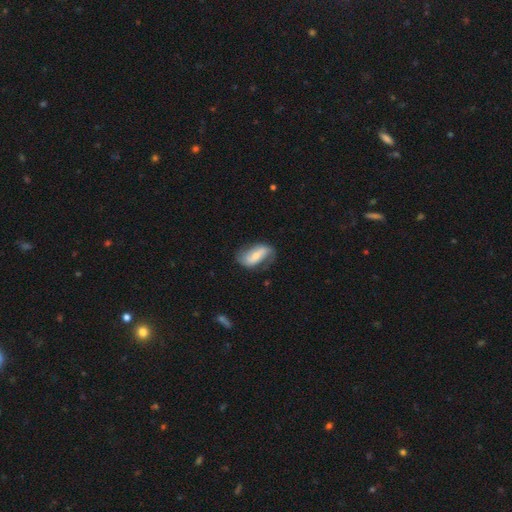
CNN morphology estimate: Smooth or featured? featured or disk (63%)
Edge-on disk? no (94%)
Bar? strong (46%)
Spiral arms? yes (83%)
Bulge size? small (49%)
Merging? none (61%)